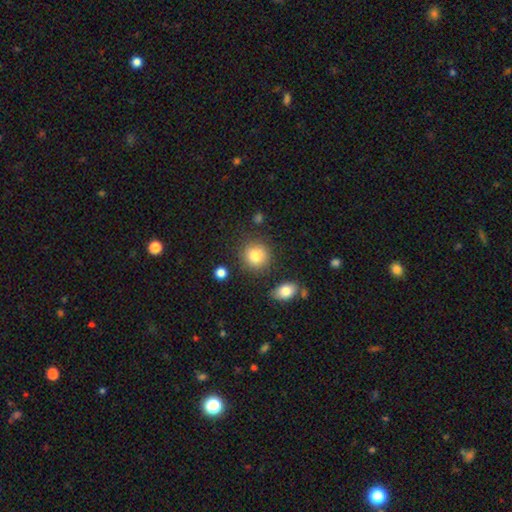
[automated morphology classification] Smooth or featured: smooth — 83% (star or artifact — 10%)
How rounded: round — 88% (in between — 11%)
Merging: none — 84% (minor disturbance — 9%)